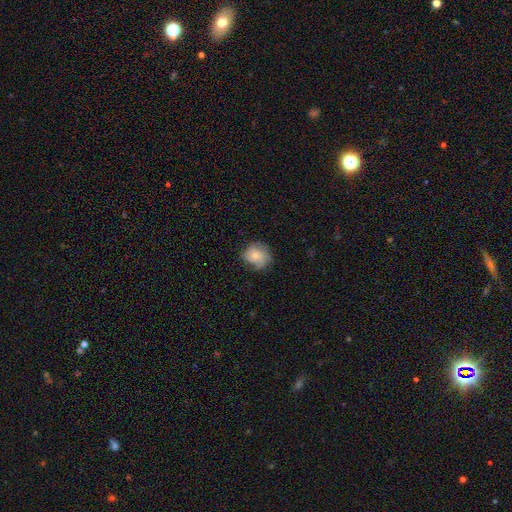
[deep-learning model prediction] A smooth galaxy with no disk features (62%) that is round (75%).

Vote fractions:
- Smooth or featured? smooth: 62% / featured or disk: 31% / star or artifact: 8%
- How rounded? round: 75% / in between: 24% / cigar-shaped: 1%
- Merging? none: 60% / minor disturbance: 28% / major disturbance: 10% / merger: 1%